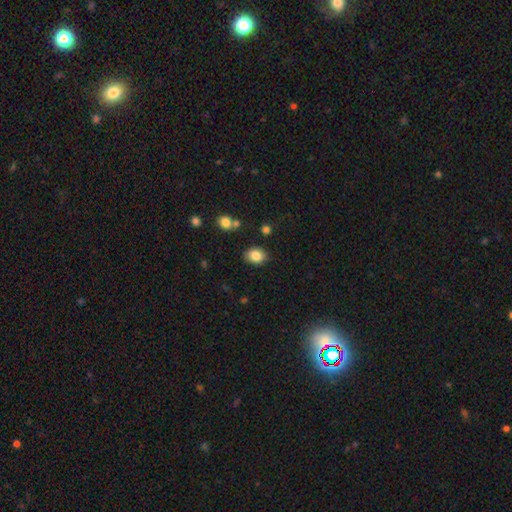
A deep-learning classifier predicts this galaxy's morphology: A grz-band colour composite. It shows a smooth galaxy with no disk features (85%) that is in between round and cigar-shaped (66%). Merging: none (84%).